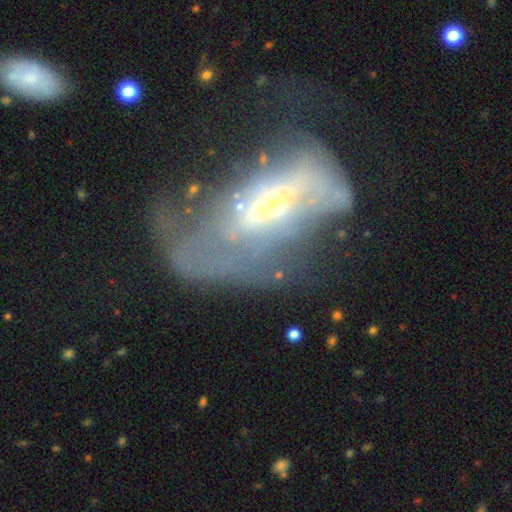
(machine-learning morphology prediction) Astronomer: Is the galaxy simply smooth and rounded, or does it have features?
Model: featured or disk — 63%.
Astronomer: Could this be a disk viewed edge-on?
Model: no — 88%.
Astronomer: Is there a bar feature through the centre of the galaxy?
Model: no — 60%.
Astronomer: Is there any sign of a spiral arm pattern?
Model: no — 67%.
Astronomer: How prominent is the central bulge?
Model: moderate — 56% (runner-up: small, 35%).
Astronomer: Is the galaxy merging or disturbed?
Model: major disturbance — 58%.